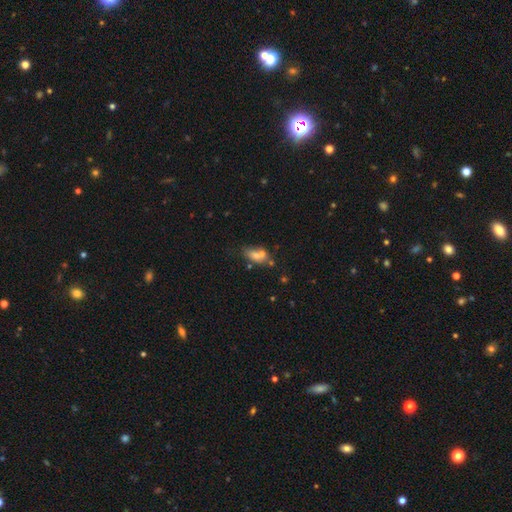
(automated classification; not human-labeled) smooth-or-featured: smooth: 59% | featured or disk: 24% | star or artifact: 17%
  how-rounded: in between: 75% | round: 14% | cigar-shaped: 11%
  merging: none: 38% | merger: 34% | minor disturbance: 18% | major disturbance: 11%